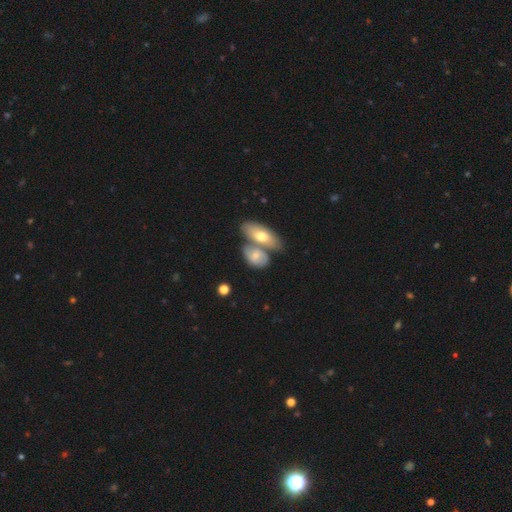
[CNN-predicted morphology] smooth_or_featured: smooth (p=0.58) [alt: featured or disk p=0.36]
how_rounded: in between (p=0.80) [alt: round p=0.13]
merging: merger (p=0.50) [alt: none p=0.34]